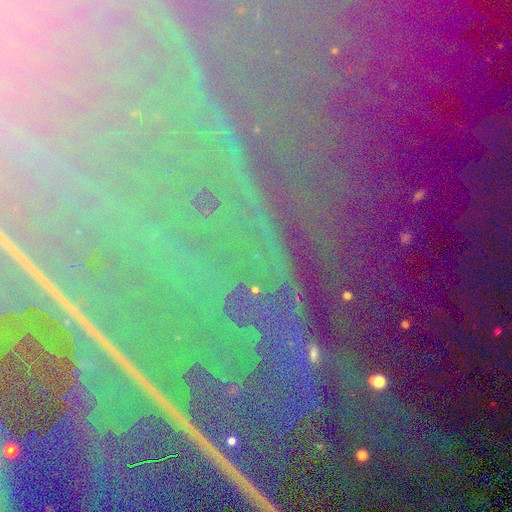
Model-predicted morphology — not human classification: The model was most divided on "smooth or featured": star or artifact: 89%, featured or disk: 6%, smooth: 5%.